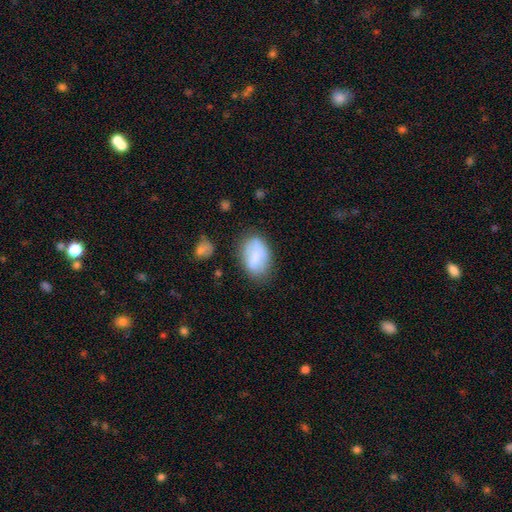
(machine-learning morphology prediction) Q: Smooth or featured?
A: smooth (71%); runner-up: featured or disk (21%)
Q: How rounded?
A: in between (86%); runner-up: round (13%)
Q: Merging?
A: none (61%); runner-up: minor disturbance (25%)